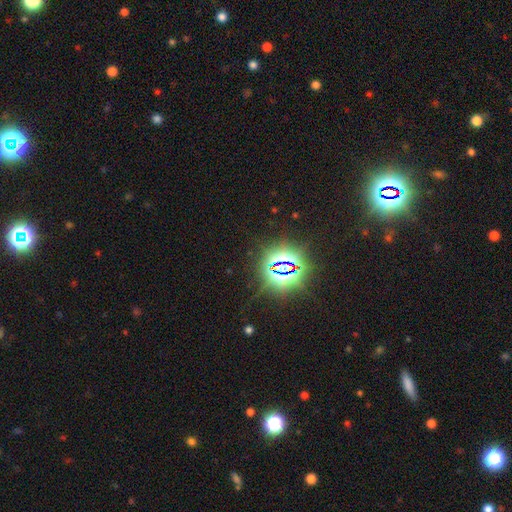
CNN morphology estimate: Smooth or featured? Predicted: star or artifact (p=0.80).